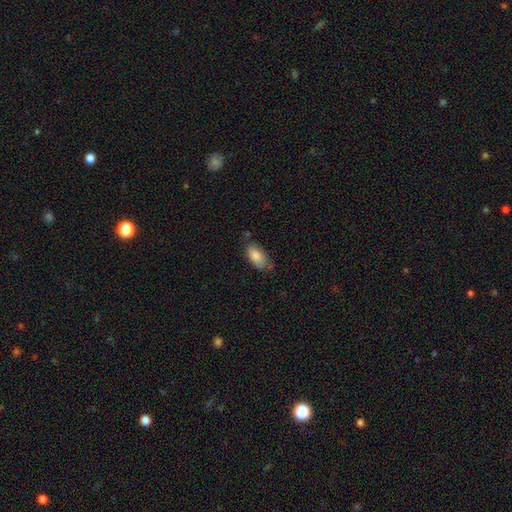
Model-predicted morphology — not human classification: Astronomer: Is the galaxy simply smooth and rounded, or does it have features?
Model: smooth — 83%.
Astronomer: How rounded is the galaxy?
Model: in between — 92%.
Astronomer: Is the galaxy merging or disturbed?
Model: none — 66%.